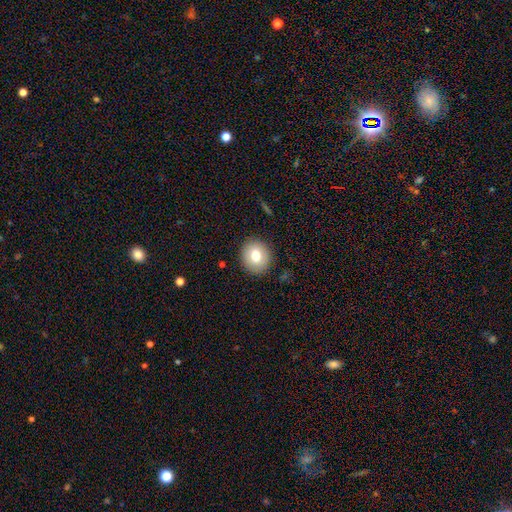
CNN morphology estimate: Smooth or featured? Predicted: smooth (p=0.76). How rounded? Predicted: round (p=0.80). Merging? Predicted: none (p=0.89).